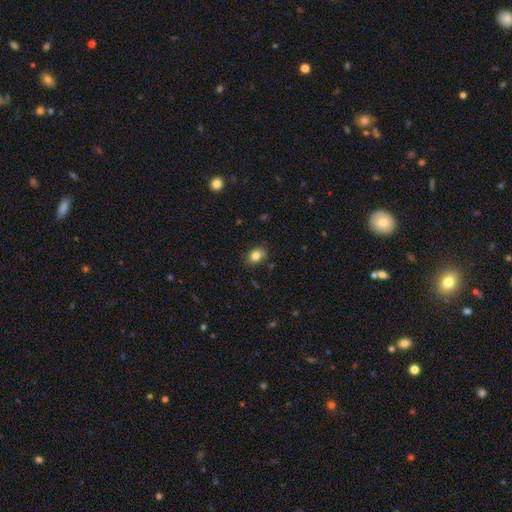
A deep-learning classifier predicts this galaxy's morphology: type=smooth (80%); roundness=in between (58%); merging=none (77%).